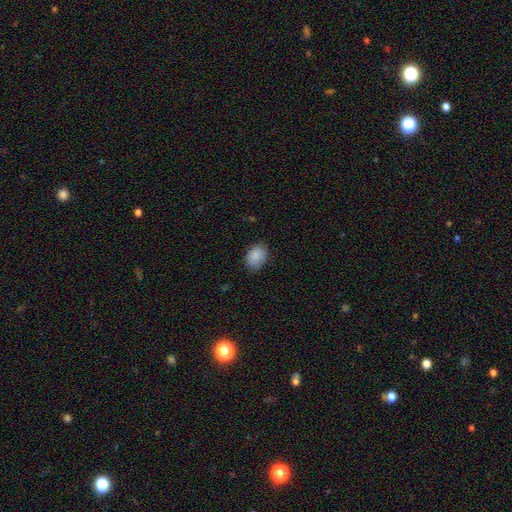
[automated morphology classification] This appears to be a smooth galaxy with no disk features (88%) that is in between round and cigar-shaped (73%). Merging: none (79%).